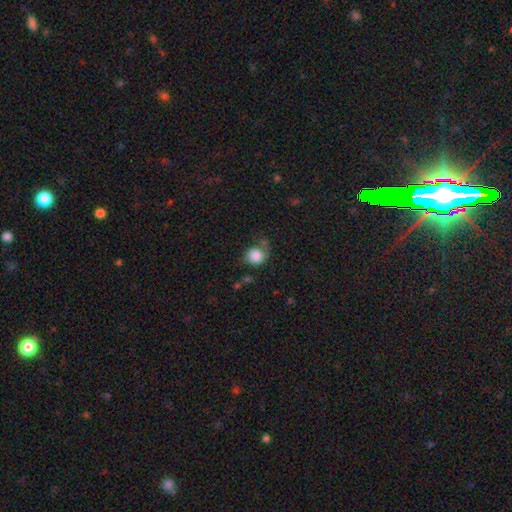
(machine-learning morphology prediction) type=smooth (79%); roundness=round (73%); merging=none (43%).